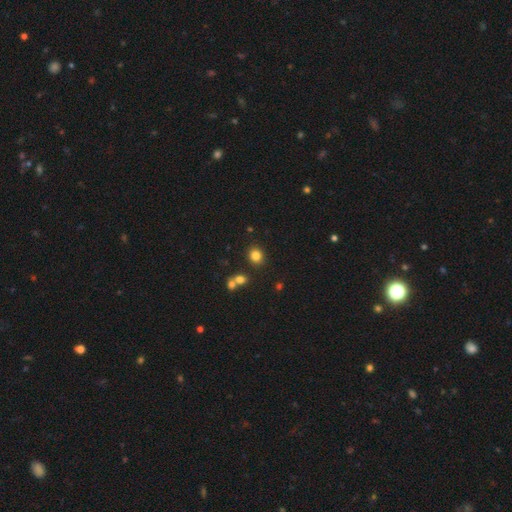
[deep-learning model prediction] This appears to be a smooth galaxy with no disk features (82%) that is round (77%). Merging: none (84%).